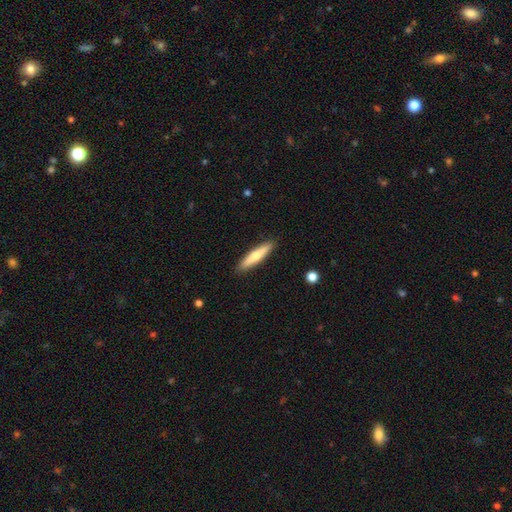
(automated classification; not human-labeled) Smooth or featured? smooth (63%)
How rounded? cigar-shaped (88%)
Merging? none (91%)